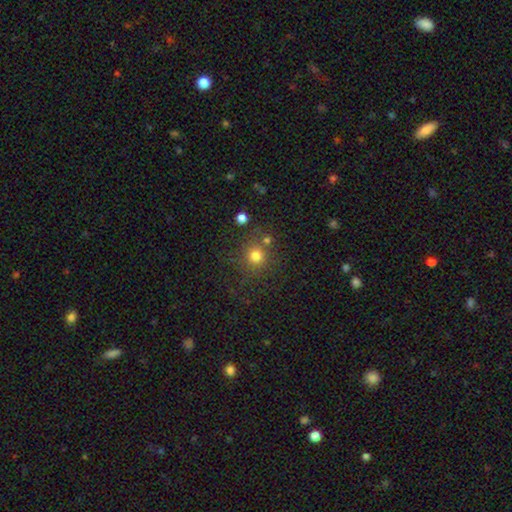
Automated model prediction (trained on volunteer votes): Overall: smooth (76%). How rounded: round (91%). Merging: none (76%).